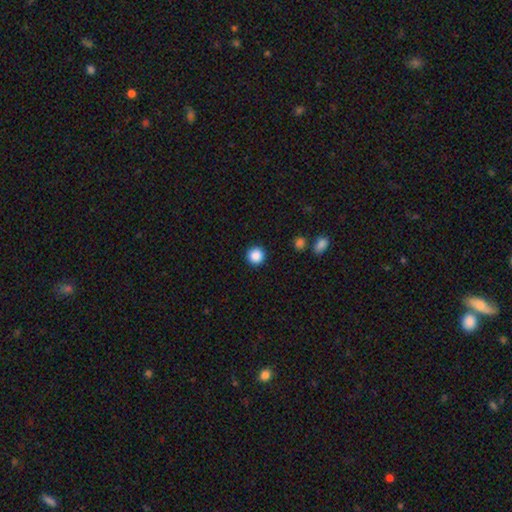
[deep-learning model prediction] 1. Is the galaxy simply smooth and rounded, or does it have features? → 87% smooth, 10% star or artifact, 3% featured or disk.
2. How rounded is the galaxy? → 95% round, 4% in between, 1% cigar-shaped.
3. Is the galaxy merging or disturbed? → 91% none, 5% minor disturbance, 2% major disturbance, 1% merger.